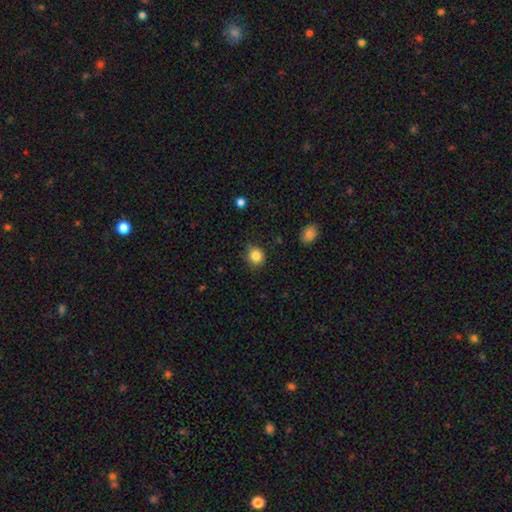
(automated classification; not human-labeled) smooth 84%, star or artifact 11%, featured or disk 5%. Down the decision tree: how rounded — round (84%); merging — none (81%).